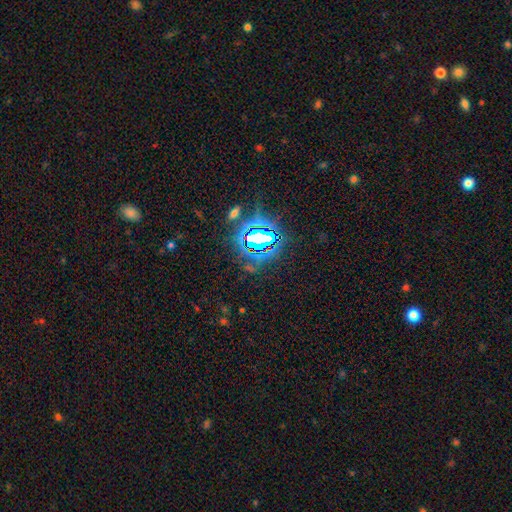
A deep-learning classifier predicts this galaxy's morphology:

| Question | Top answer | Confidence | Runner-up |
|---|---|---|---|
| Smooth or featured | star or artifact | 83% | smooth (10%) |